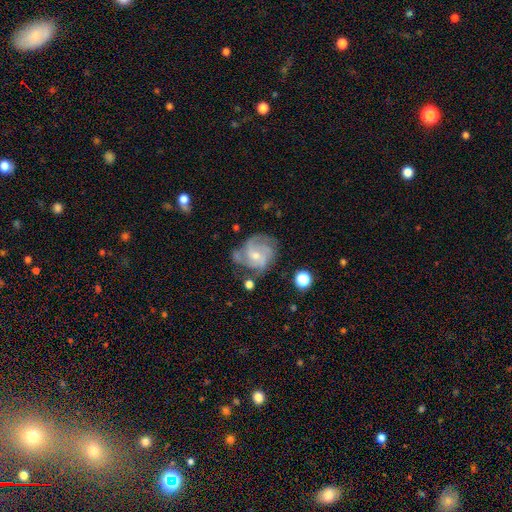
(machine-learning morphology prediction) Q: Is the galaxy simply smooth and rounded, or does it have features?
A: featured or disk — 81%.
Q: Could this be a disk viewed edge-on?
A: no — 98%.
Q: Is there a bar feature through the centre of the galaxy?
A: no — 59%.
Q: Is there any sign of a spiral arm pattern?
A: yes — 94%.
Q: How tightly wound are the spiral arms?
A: medium — 47%.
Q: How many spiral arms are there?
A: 3 — 39%.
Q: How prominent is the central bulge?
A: small — 57%.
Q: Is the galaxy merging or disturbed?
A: none — 59%.